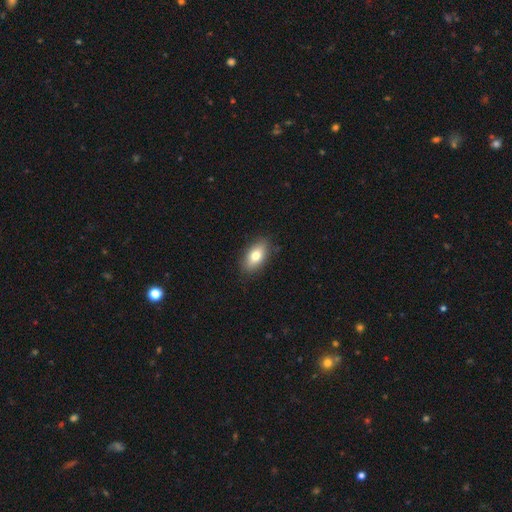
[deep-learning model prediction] This appears to be a smooth galaxy with no disk features (76%) that is in between round and cigar-shaped (88%). Merging: none (86%).